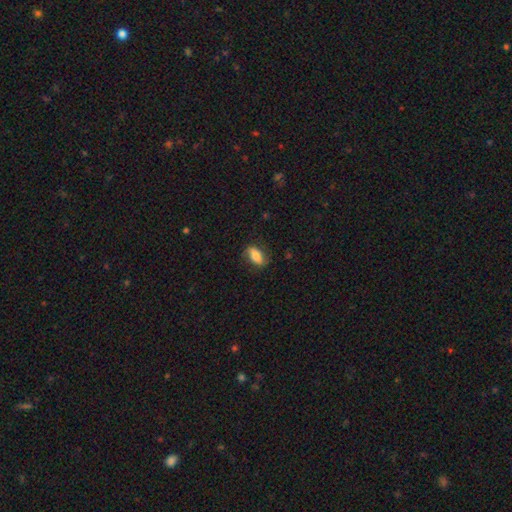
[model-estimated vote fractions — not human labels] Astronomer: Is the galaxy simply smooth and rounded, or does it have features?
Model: smooth — 65%.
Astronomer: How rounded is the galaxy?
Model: in between — 85%.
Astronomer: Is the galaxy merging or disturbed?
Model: none — 73%.